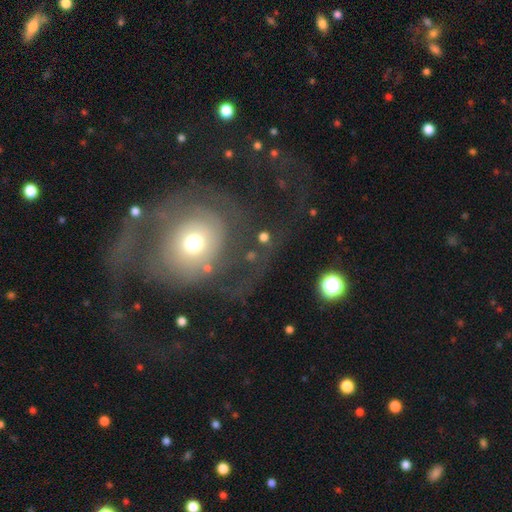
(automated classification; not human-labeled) featured or disk 61%, smooth 27%, star or artifact 11%. Down the decision tree: edge-on disk — no (96%); bar — no (84%); spiral arms — yes (62%); bulge size — moderate (57%); merging — major disturbance (43%).